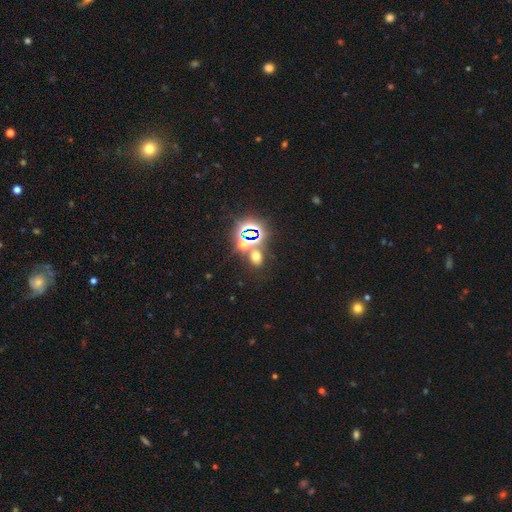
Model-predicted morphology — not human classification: smooth 46%, star or artifact 45%, featured or disk 9%. Down the decision tree: merging — none (67%).